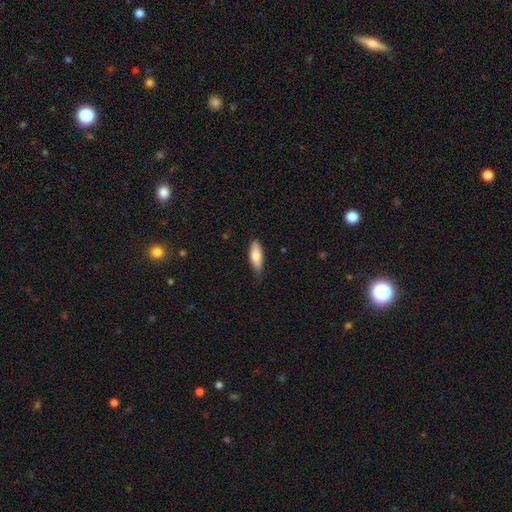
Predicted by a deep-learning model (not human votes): This appears to be a smooth galaxy with no disk features (75%) that is in between round and cigar-shaped (62%). Merging: none (76%).